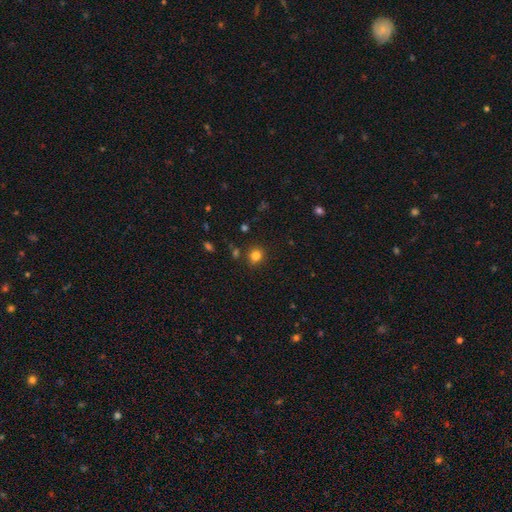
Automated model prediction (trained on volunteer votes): smooth_or_featured: smooth (p=0.81) [alt: star or artifact p=0.14]
how_rounded: round (p=0.79) [alt: in between p=0.20]
merging: none (p=0.84) [alt: minor disturbance p=0.09]